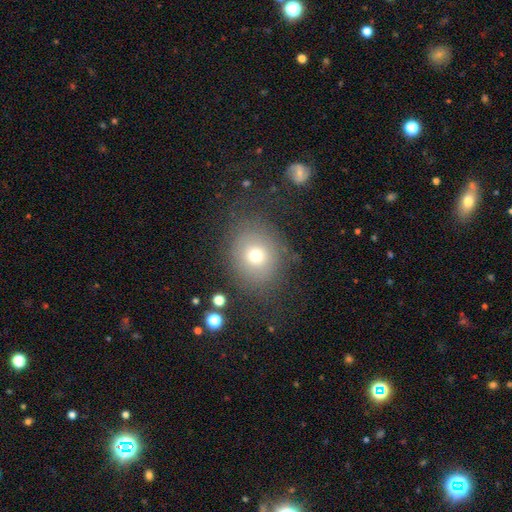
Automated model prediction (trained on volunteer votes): smooth_or_featured: smooth (p=0.67) [alt: featured or disk p=0.16]
how_rounded: round (p=0.70) [alt: in between p=0.29]
merging: none (p=0.71) [alt: minor disturbance p=0.15]